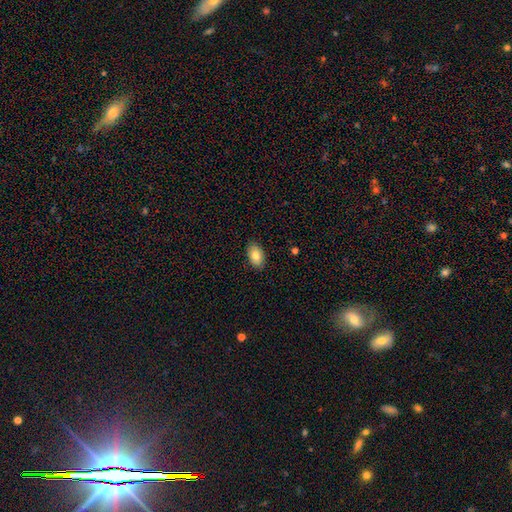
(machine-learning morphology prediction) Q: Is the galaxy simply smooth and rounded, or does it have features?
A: smooth — 81%.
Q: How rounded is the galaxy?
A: in between — 92%.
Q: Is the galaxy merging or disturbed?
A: none — 88%.